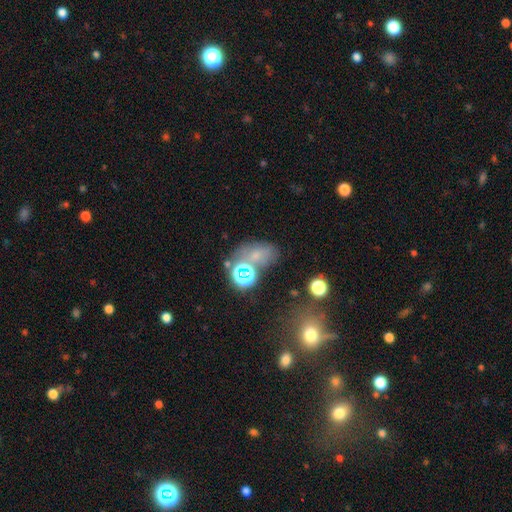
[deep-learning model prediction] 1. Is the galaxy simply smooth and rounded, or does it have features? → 46% smooth, 35% star or artifact, 19% featured or disk.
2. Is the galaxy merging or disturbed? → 48% none, 20% merger, 18% minor disturbance, 14% major disturbance.